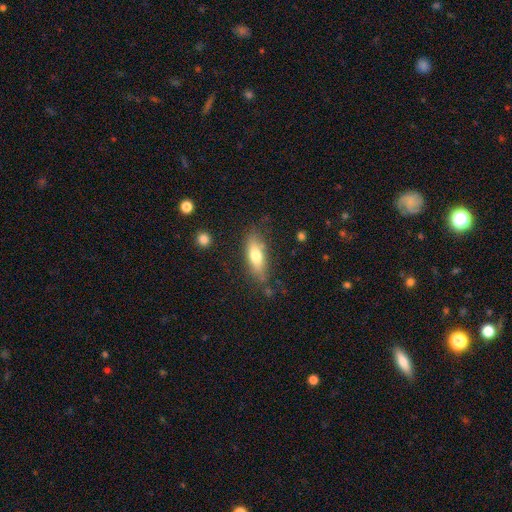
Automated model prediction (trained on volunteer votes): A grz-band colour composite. It shows a smooth galaxy with no disk features (69%) that is in between round and cigar-shaped (63%). Merging: none (74%).